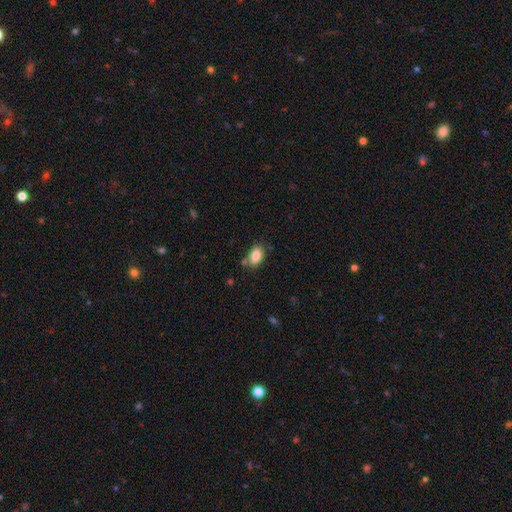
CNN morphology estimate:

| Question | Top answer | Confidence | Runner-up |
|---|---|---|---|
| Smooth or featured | smooth | 86% | star or artifact (8%) |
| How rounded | in between | 88% | round (11%) |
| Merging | none | 75% | minor disturbance (14%) |